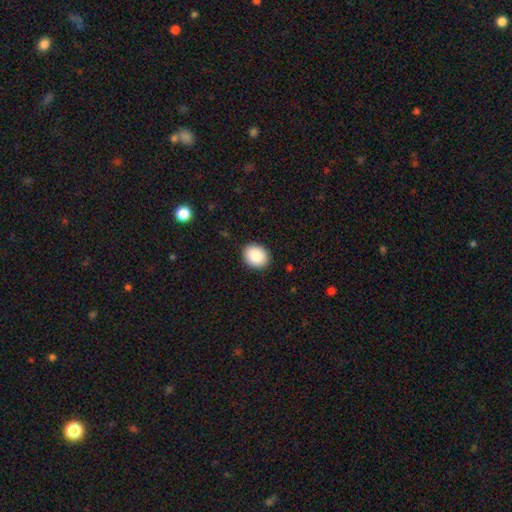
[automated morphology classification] smooth 89%, star or artifact 8%, featured or disk 4%. Down the decision tree: how rounded — round (52%); merging — none (90%).